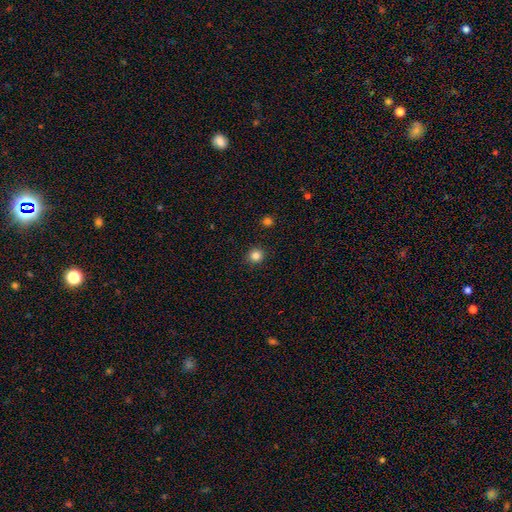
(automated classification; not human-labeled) smooth_or_featured: smooth (p=0.84) [alt: star or artifact p=0.12]
how_rounded: round (p=0.89) [alt: in between p=0.10]
merging: none (p=0.91) [alt: minor disturbance p=0.06]